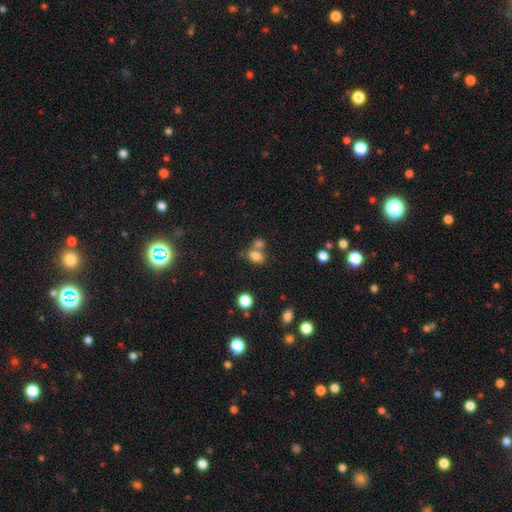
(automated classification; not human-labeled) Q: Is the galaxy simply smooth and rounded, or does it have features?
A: smooth — 79%.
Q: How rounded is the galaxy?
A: in between — 72%.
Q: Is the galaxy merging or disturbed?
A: none — 46%.